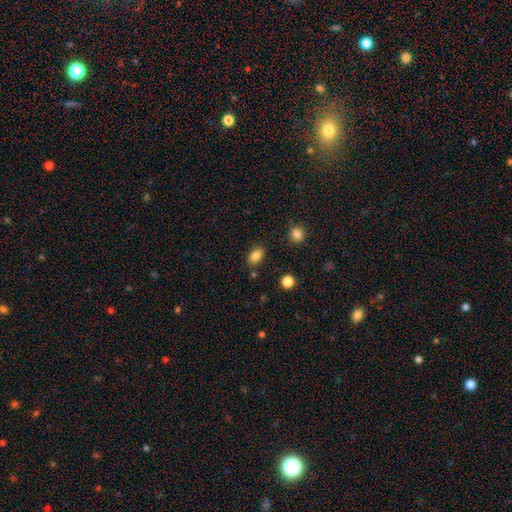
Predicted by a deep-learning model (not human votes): Overall: smooth (85%). How rounded: in between (82%). Merging: none (83%).